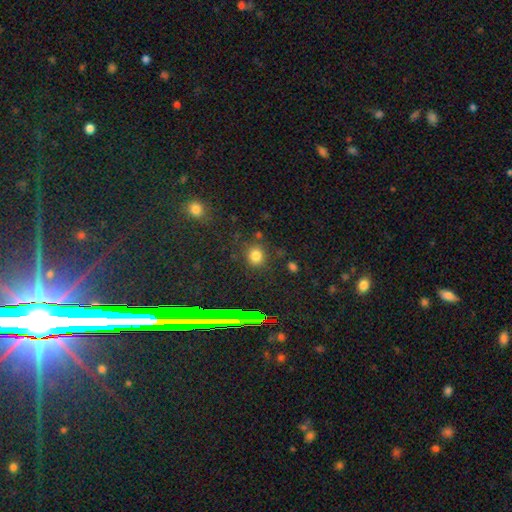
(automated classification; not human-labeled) This is likely a smooth galaxy (73%). How rounded: likely round (74%). Merging: clearly none (81%).